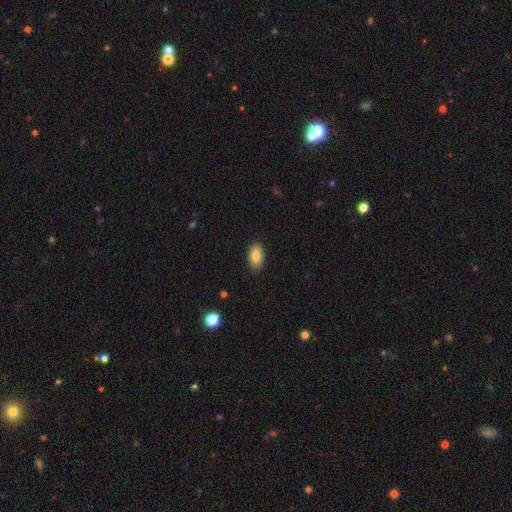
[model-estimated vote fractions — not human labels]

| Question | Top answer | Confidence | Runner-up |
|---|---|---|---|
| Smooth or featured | smooth | 82% | featured or disk (11%) |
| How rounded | in between | 91% | cigar-shaped (5%) |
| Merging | none | 86% | minor disturbance (11%) |